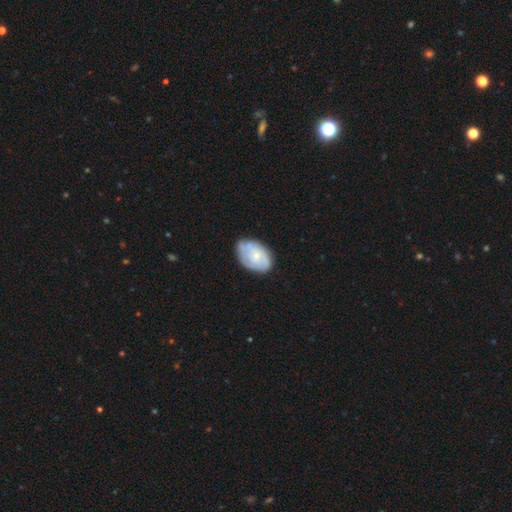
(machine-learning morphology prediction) featured or disk 50%, smooth 45%, star or artifact 6%. Down the decision tree: merging — none (60%).